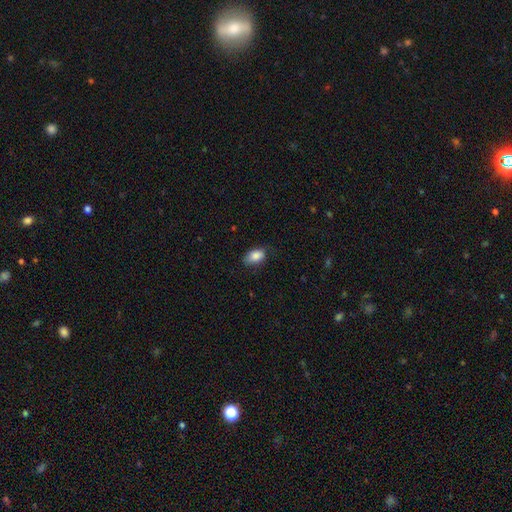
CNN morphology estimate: smooth-or-featured: smooth: 86% | star or artifact: 8% | featured or disk: 7%
  how-rounded: in between: 90% | round: 8% | cigar-shaped: 2%
  merging: none: 71% | minor disturbance: 23% | major disturbance: 5% | merger: 1%